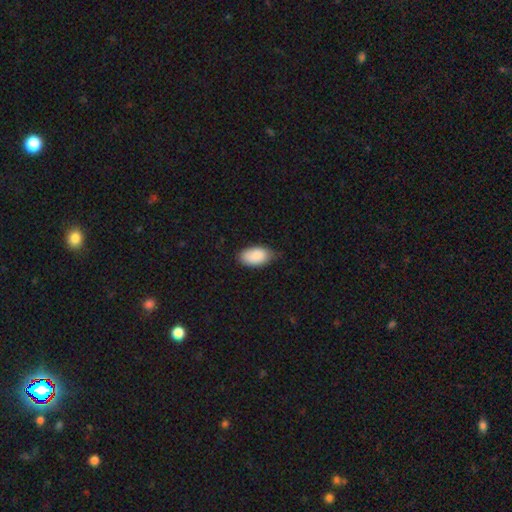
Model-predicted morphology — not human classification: This is clearly a smooth galaxy (89%). How rounded: clearly in between (95%). Merging: likely none (69%).